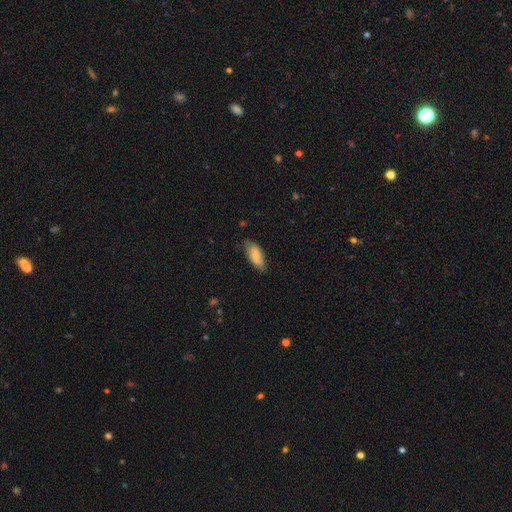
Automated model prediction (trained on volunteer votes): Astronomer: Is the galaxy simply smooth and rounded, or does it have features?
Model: smooth — 79%.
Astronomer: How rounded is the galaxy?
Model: in between — 87%.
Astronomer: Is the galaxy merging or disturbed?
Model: none — 66%.